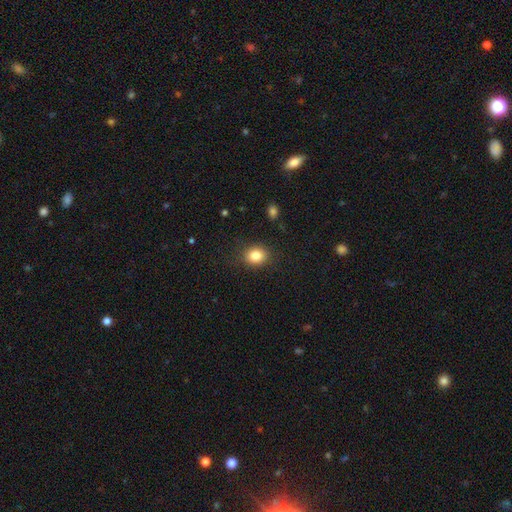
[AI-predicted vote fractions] Smooth or featured? Predicted: smooth (p=0.84). How rounded? Predicted: round (p=0.61). Merging? Predicted: none (p=0.85).